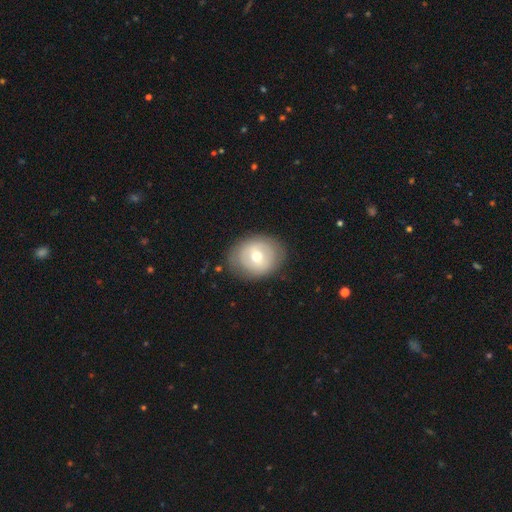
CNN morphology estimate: Q: Smooth or featured?
A: smooth (53%); runner-up: featured or disk (39%)
Q: How rounded?
A: round (63%); runner-up: in between (36%)
Q: Merging?
A: none (82%); runner-up: minor disturbance (13%)